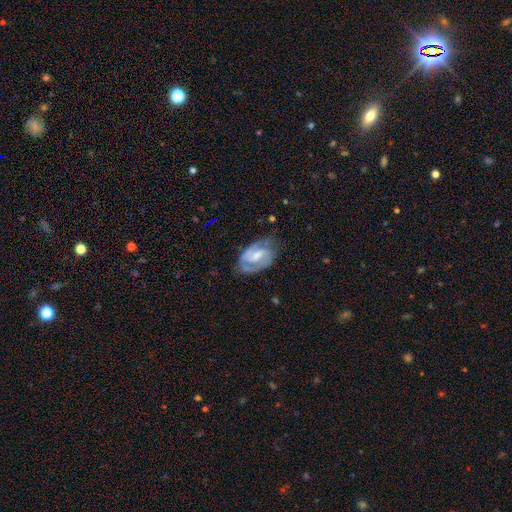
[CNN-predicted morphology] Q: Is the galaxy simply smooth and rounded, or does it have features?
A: featured or disk — 80%.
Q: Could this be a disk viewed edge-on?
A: no — 97%.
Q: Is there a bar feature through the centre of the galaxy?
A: weak — 50%.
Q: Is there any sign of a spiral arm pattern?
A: yes — 92%.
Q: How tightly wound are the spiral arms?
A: medium — 46%.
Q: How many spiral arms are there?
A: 2 — 76%.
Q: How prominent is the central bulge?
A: small — 45%.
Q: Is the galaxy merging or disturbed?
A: none — 63%.